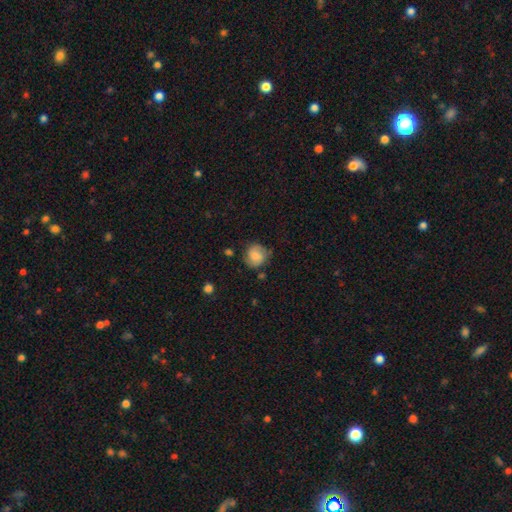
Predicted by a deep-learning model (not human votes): Smooth or featured? smooth (78%)
How rounded? round (81%)
Merging? none (67%)